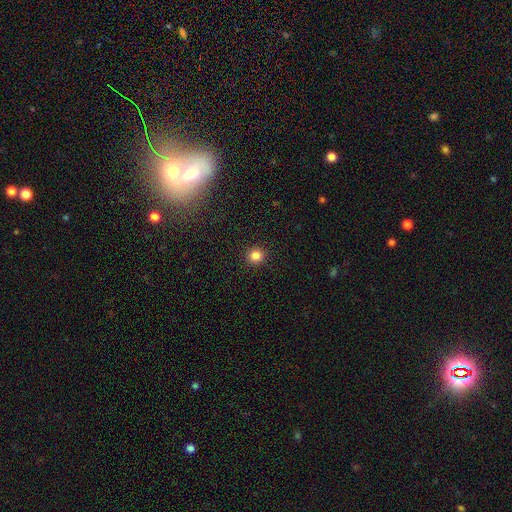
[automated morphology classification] This appears to be a smooth galaxy with no disk features (83%) that is round (93%). Merging: none (93%).